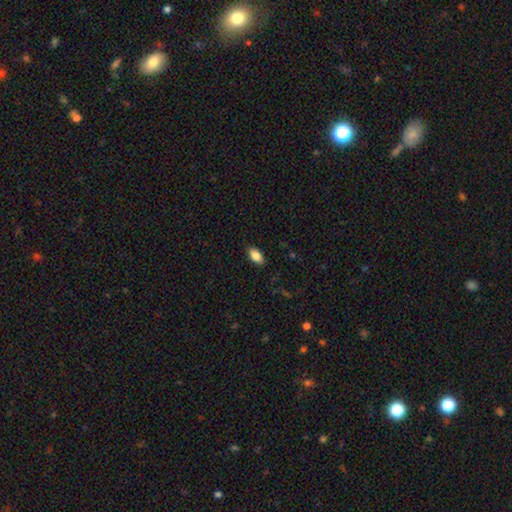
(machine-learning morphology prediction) Q: Smooth or featured?
A: smooth (85%); runner-up: star or artifact (8%)
Q: How rounded?
A: in between (92%); runner-up: cigar-shaped (4%)
Q: Merging?
A: none (87%); runner-up: minor disturbance (10%)